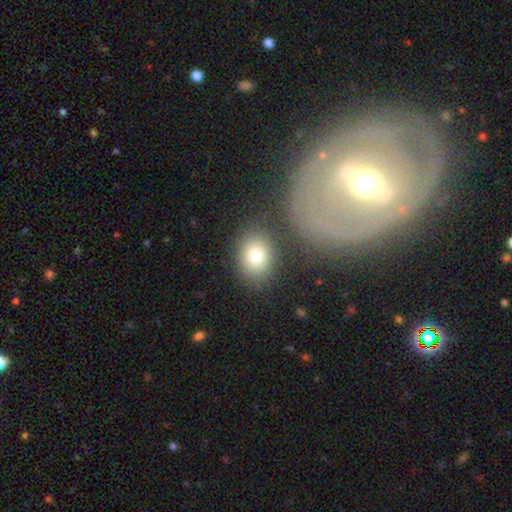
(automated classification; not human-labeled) This appears to be a smooth galaxy with no disk features (82%) that is in between round and cigar-shaped (53%). Merging: none (76%).